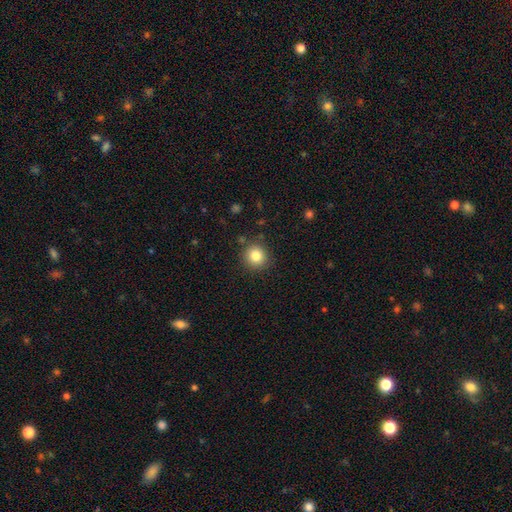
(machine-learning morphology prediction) Q: Smooth or featured?
A: smooth (83%); runner-up: star or artifact (11%)
Q: How rounded?
A: round (92%); runner-up: in between (8%)
Q: Merging?
A: none (88%); runner-up: minor disturbance (8%)